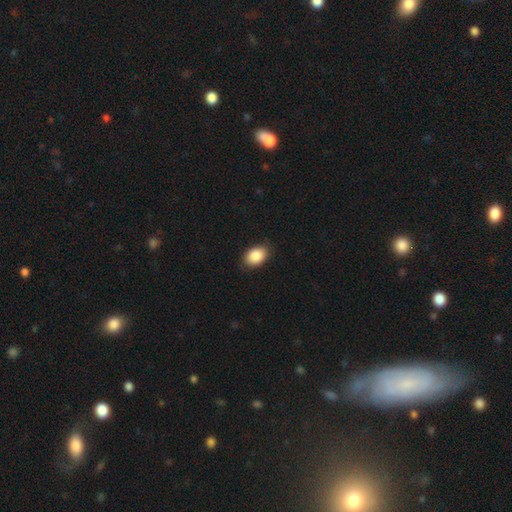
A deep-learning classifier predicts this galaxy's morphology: Overall: smooth (89%). How rounded: in between (82%). Merging: none (84%).